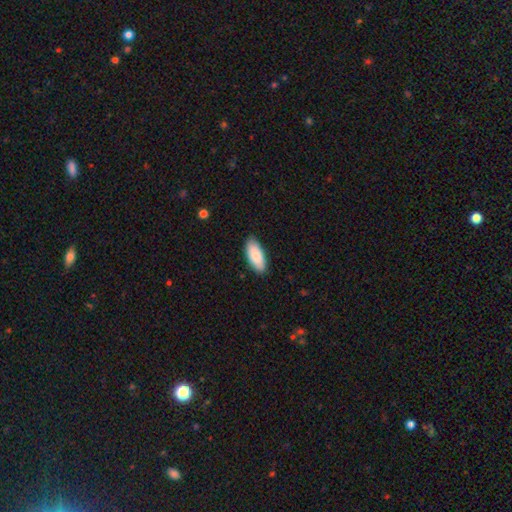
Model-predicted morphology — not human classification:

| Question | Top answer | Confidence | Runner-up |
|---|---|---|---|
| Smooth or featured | smooth | 83% | featured or disk (11%) |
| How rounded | in between | 87% | cigar-shaped (11%) |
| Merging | none | 87% | minor disturbance (10%) |